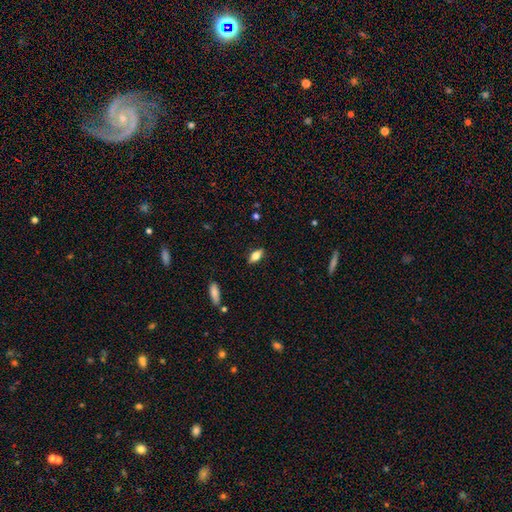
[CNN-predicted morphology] type=smooth (65%); roundness=in between (79%); merging=none (87%).